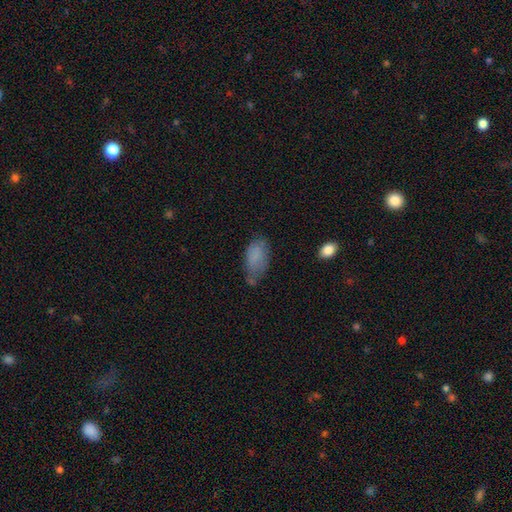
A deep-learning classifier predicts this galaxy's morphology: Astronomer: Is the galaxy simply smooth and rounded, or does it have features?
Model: smooth — 79%.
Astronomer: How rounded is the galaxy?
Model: in between — 92%.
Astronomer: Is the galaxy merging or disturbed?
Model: none — 48% (runner-up: minor disturbance, 34%).